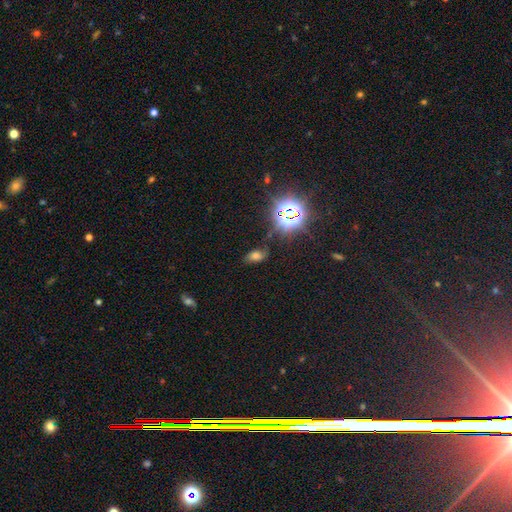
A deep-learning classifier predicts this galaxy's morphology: The model was most divided on "smooth or featured": smooth: 53%, star or artifact: 34%, featured or disk: 12%. More confident: how rounded — in between (87%); merging — none (73%).